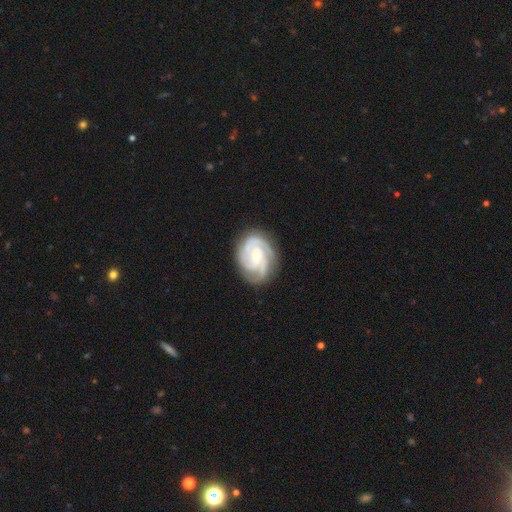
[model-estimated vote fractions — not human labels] This appears to be a featured or disk galaxy (90%) with no bar (63%), 3 (56%) tight (68%) spiral arms (98%) and a small central bulge (53%). Merging: none (79%).